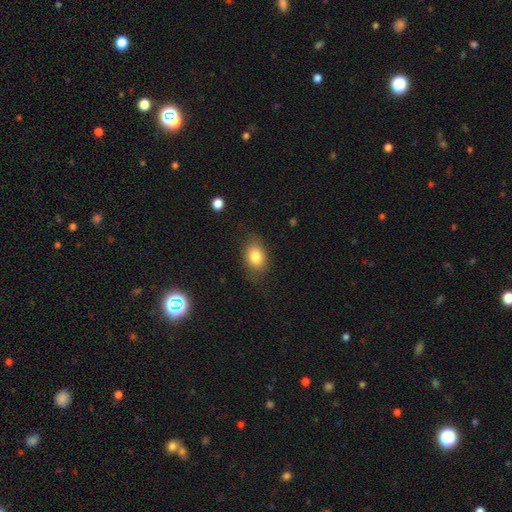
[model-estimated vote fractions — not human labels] Smooth or featured?
  - smooth: 82% *
  - featured or disk: 10%
  - star or artifact: 9%
How rounded?
  - in between: 77% *
  - round: 22%
  - cigar-shaped: 1%
Merging?
  - none: 76% *
  - minor disturbance: 17%
  - major disturbance: 6%
  - merger: 1%